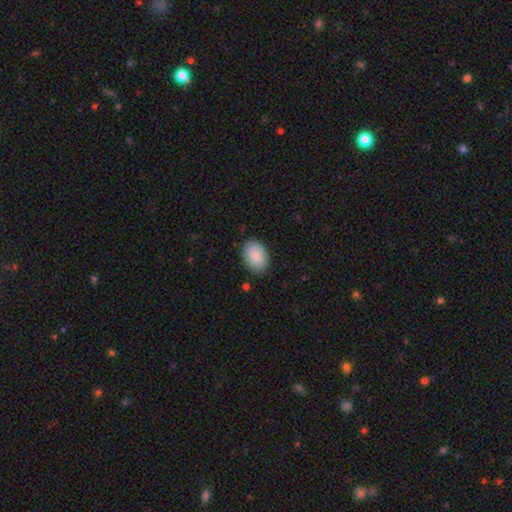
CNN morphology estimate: smooth_or_featured: smooth (p=0.86) [alt: featured or disk p=0.08]
how_rounded: in between (p=0.83) [alt: round p=0.16]
merging: none (p=0.86) [alt: minor disturbance p=0.11]